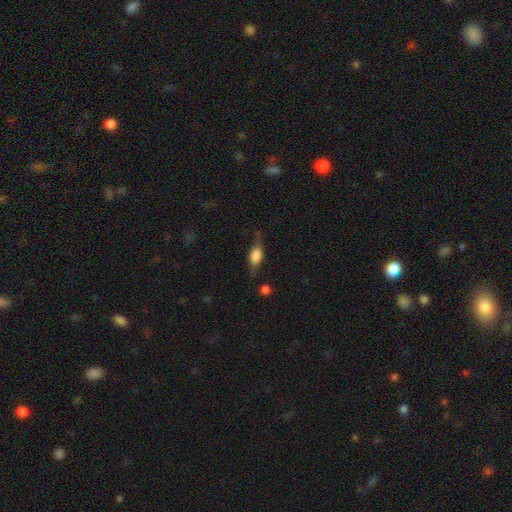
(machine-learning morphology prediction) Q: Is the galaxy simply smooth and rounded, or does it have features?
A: smooth — 62%.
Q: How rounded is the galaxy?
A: in between — 74%.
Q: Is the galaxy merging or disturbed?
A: none — 59%.